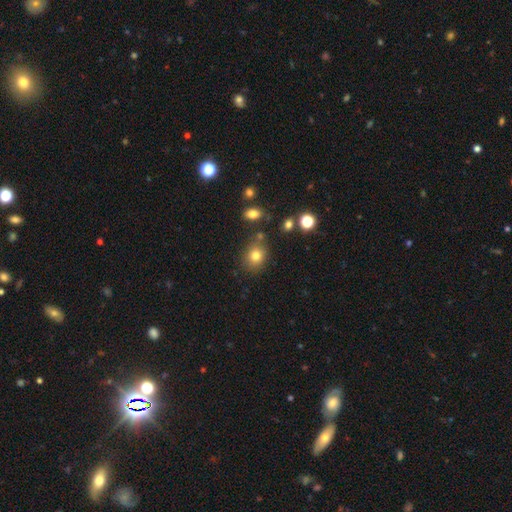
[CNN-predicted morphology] Smooth or featured? Predicted: smooth (p=0.79). How rounded? Predicted: round (p=0.67). Merging? Predicted: none (p=0.77).